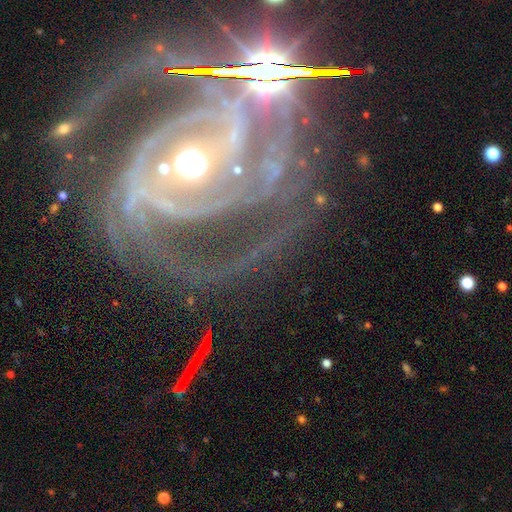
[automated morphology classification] Q: Smooth or featured?
A: featured or disk (89%); runner-up: star or artifact (7%)
Q: Edge-on disk?
A: no (97%); runner-up: yes (3%)
Q: Bar?
A: no (55%); runner-up: strong (23%)
Q: Spiral arms?
A: yes (96%); runner-up: no (4%)
Q: Spiral winding?
A: tight (57%); runner-up: medium (34%)
Q: Spiral arm count?
A: 2 (33%); runner-up: 3 (23%)
Q: Bulge size?
A: moderate (68%); runner-up: small (20%)
Q: Merging?
A: none (60%); runner-up: minor disturbance (18%)